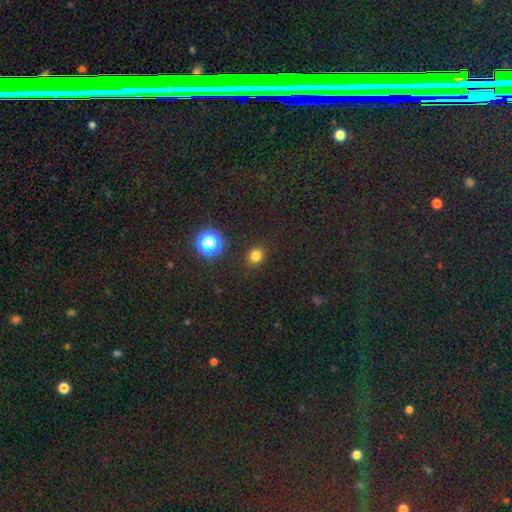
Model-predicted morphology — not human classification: smooth_or_featured: smooth (p=0.77) [alt: star or artifact p=0.18]
how_rounded: round (p=0.68) [alt: in between p=0.31]
merging: none (p=0.87) [alt: minor disturbance p=0.09]